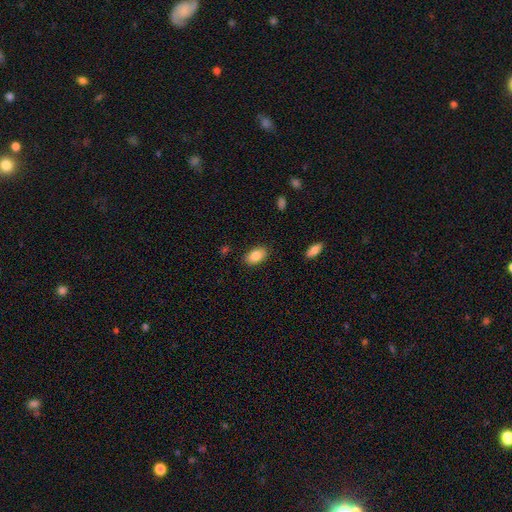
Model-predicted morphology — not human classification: Q: Smooth or featured?
A: smooth (85%); runner-up: featured or disk (8%)
Q: How rounded?
A: in between (91%); runner-up: round (7%)
Q: Merging?
A: none (86%); runner-up: minor disturbance (10%)